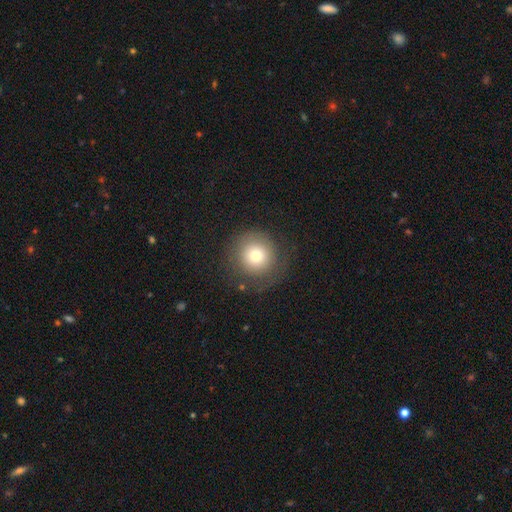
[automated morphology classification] This appears to be a smooth galaxy with no disk features (71%) that is round (95%). Merging: none (79%).